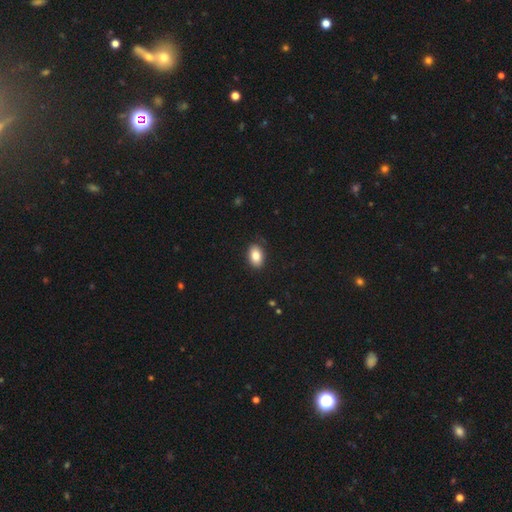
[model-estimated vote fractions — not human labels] Morphology: type=smooth (85%); roundness=in between (88%); merging=none (85%).